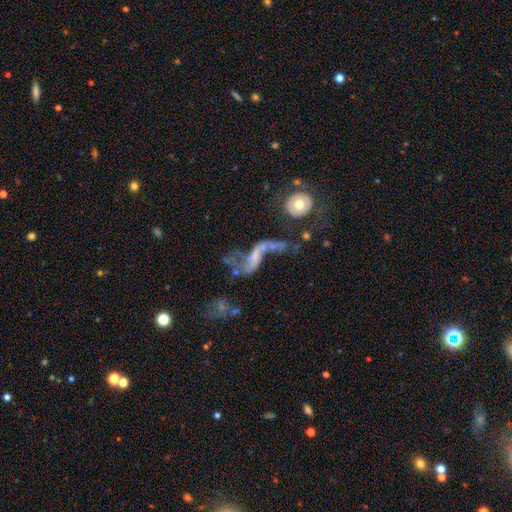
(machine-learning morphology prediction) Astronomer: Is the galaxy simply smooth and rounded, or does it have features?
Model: featured or disk — 67%.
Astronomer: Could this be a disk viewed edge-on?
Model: no — 93%.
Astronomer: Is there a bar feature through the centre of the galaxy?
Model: no — 62%.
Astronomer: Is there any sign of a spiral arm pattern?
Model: yes — 54% (runner-up: no, 46%).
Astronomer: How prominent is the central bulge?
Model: none — 42% (runner-up: small, 33%).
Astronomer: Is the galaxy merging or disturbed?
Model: major disturbance — 38% (runner-up: merger, 30%).